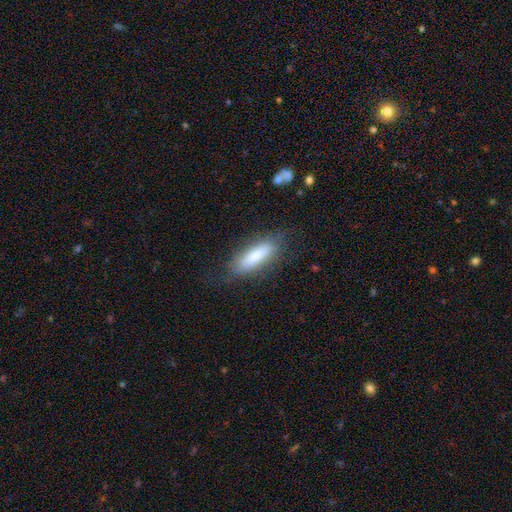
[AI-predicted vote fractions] A smooth galaxy with no disk features (72%) that is cigar-shaped (51%).

Vote fractions:
- Smooth or featured? smooth: 72% / featured or disk: 22% / star or artifact: 6%
- How rounded? cigar-shaped: 51% / in between: 47% / round: 2%
- Merging? none: 76% / minor disturbance: 16% / major disturbance: 6% / merger: 1%